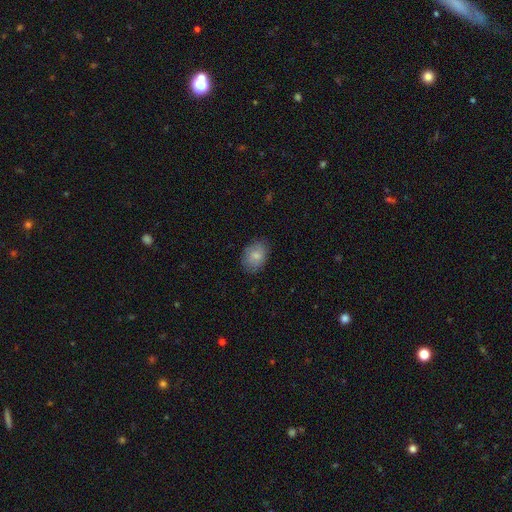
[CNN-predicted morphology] Overall: smooth (81%). How rounded: in between (74%). Merging: none (81%).